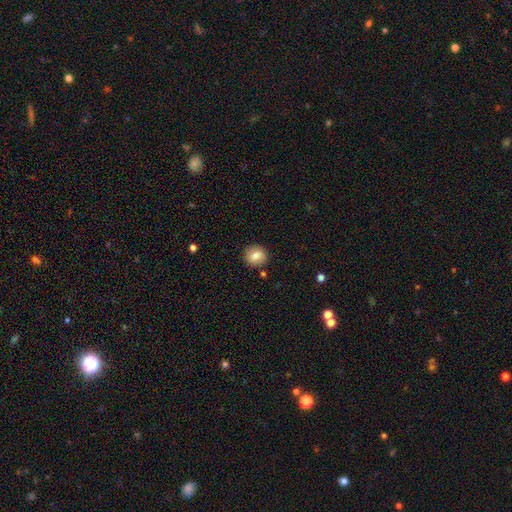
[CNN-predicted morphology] This is likely a smooth galaxy (80%). How rounded: clearly round (84%). Merging: clearly none (87%).